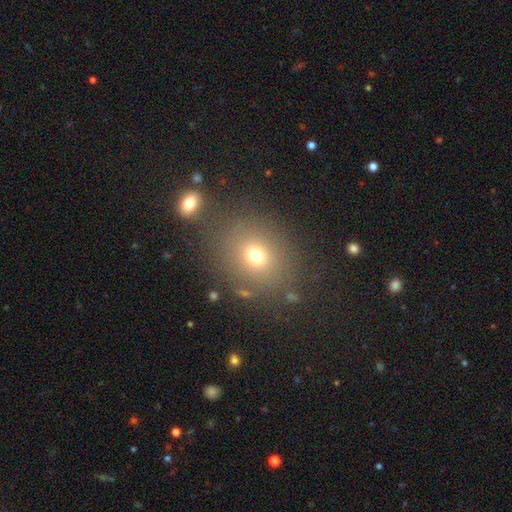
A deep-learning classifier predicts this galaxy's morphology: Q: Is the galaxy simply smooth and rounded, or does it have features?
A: smooth — 71%.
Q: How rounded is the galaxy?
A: round — 69%.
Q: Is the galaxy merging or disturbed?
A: none — 78%.